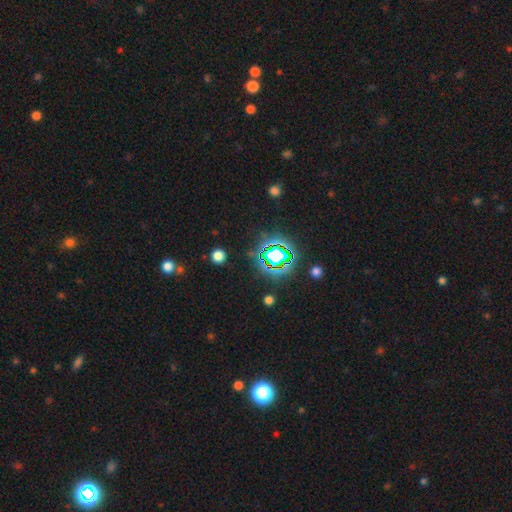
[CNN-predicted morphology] Smooth or featured? Predicted: star or artifact (p=0.75).